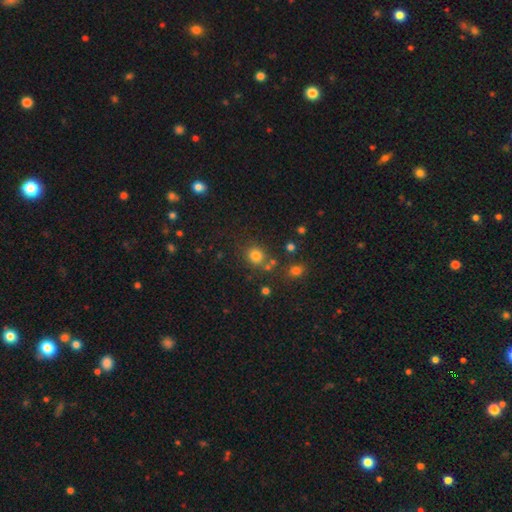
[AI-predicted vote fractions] A smooth galaxy with no disk features (78%) that is round (84%).

Vote fractions:
- Smooth or featured? smooth: 78% / star or artifact: 15% / featured or disk: 7%
- How rounded? round: 84% / in between: 15% / cigar-shaped: 1%
- Merging? none: 72% / merger: 12% / minor disturbance: 11% / major disturbance: 4%